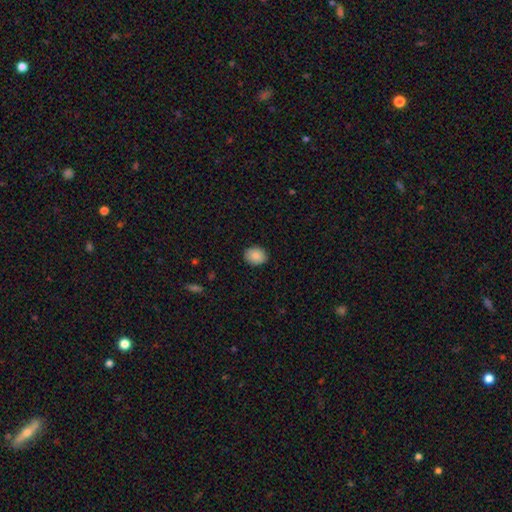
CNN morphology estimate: Smooth or featured? smooth (88%)
How rounded? in between (55%)
Merging? none (89%)